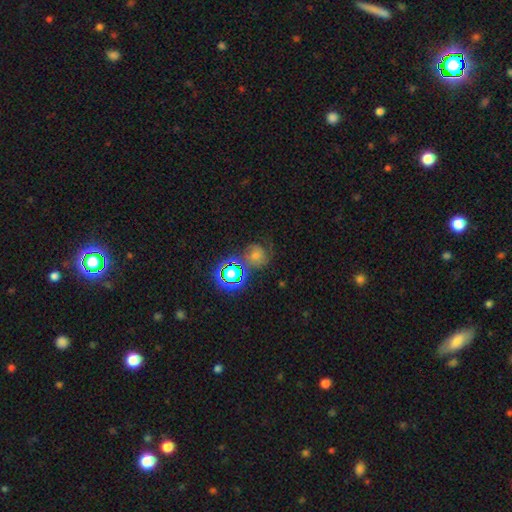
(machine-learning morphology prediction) type=star or artifact (38%).